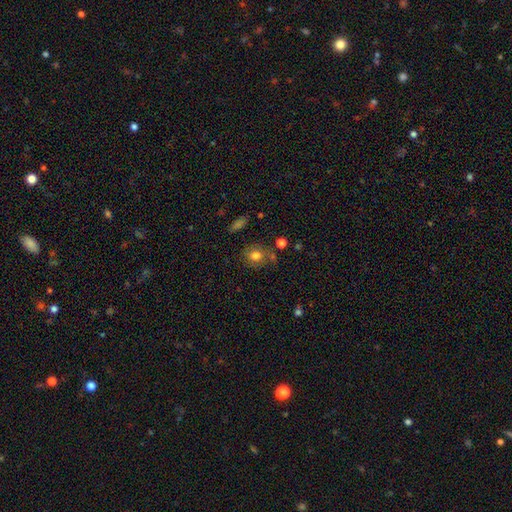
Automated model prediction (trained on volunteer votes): This appears to be a smooth galaxy with no disk features (79%) that is round (66%). Merging: none (71%).